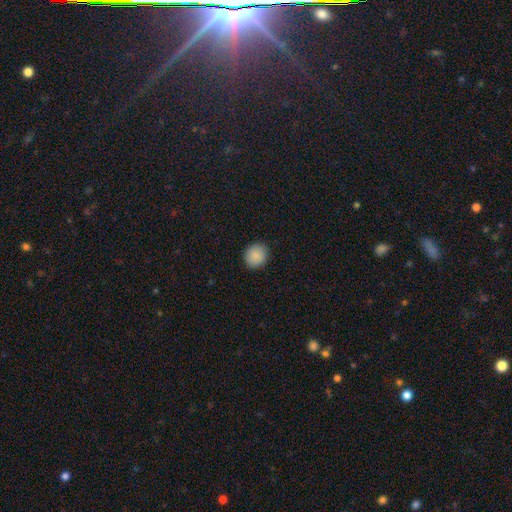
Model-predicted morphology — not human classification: smooth-or-featured: smooth: 89% | star or artifact: 8% | featured or disk: 3%
  how-rounded: round: 88% | in between: 11% | cigar-shaped: 1%
  merging: none: 91% | minor disturbance: 6% | major disturbance: 2% | merger: 1%